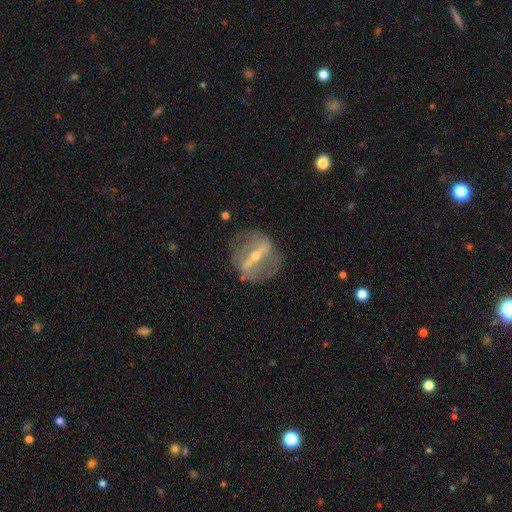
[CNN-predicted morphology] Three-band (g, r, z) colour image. It shows a featured or disk galaxy (81%) with a strong bar (83%), no spiral arms (67%) and a small central bulge (67%). Merging: none (73%).